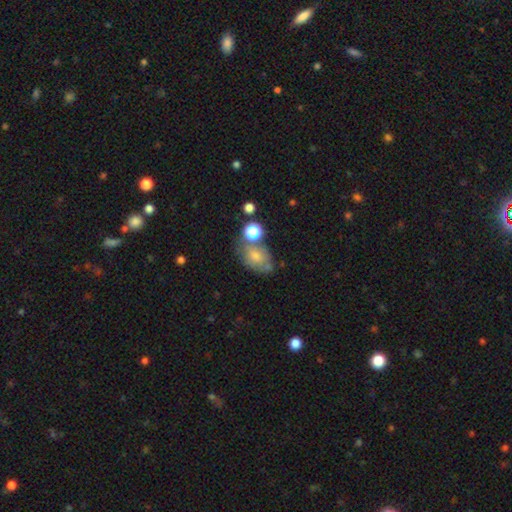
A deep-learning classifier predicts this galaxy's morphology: Smooth or featured: smooth — 65% (featured or disk — 23%)
How rounded: in between — 77% (round — 22%)
Merging: none — 40% (merger — 24%)